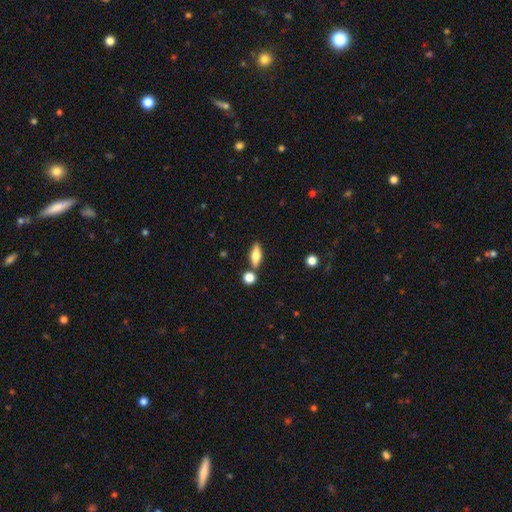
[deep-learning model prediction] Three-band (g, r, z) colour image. It shows a smooth galaxy with no disk features (71%) that is in between round and cigar-shaped (67%). Merging: none (75%).